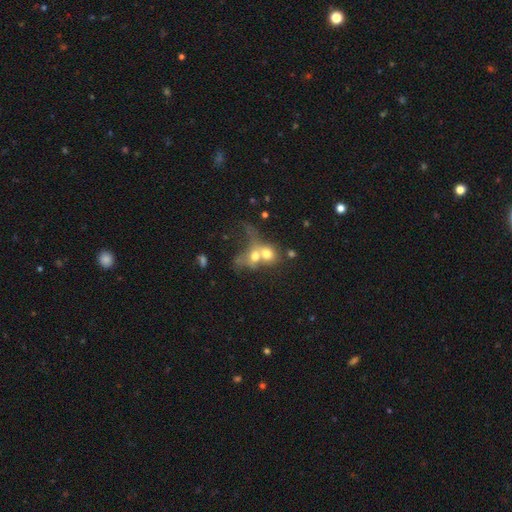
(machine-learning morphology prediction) smooth 58%, featured or disk 28%, star or artifact 13%. Down the decision tree: how rounded — round (59%); merging — merger (72%).